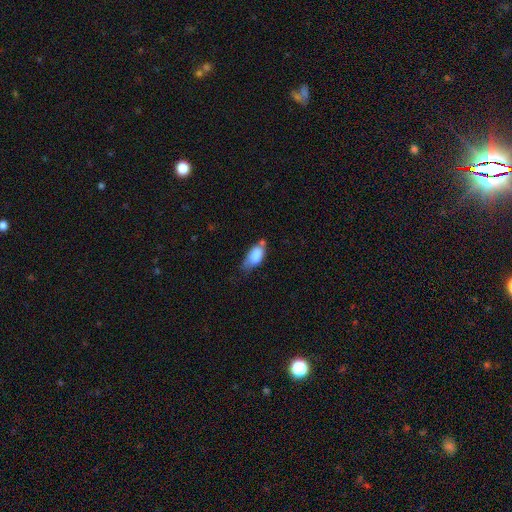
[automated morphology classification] smooth 79%, featured or disk 14%, star or artifact 7%. Down the decision tree: how rounded — in between (86%); merging — none (44%).